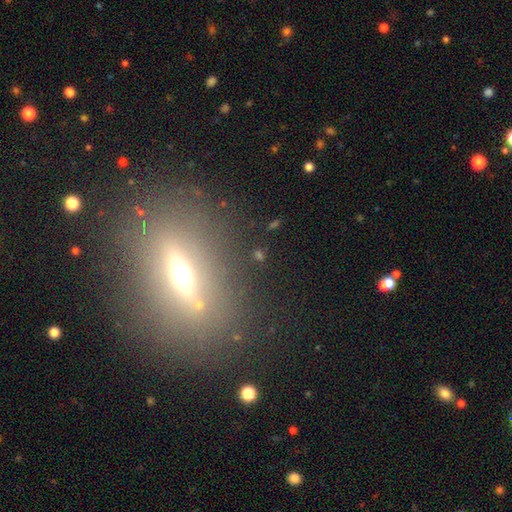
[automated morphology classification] Smooth or featured: featured or disk — 48% (smooth — 31%)
Merging: none — 82% (minor disturbance — 9%)